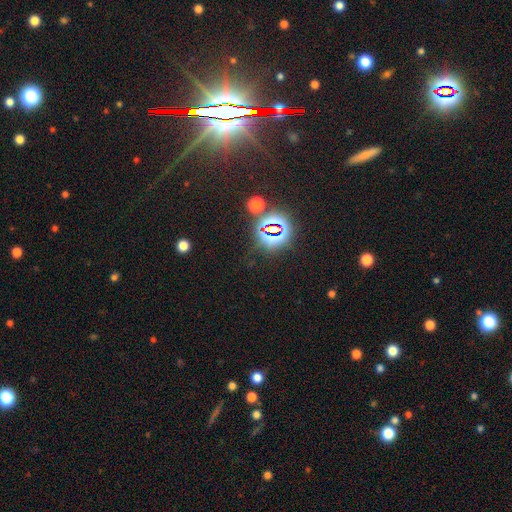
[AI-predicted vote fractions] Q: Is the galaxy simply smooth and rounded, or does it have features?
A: star or artifact — 81%.